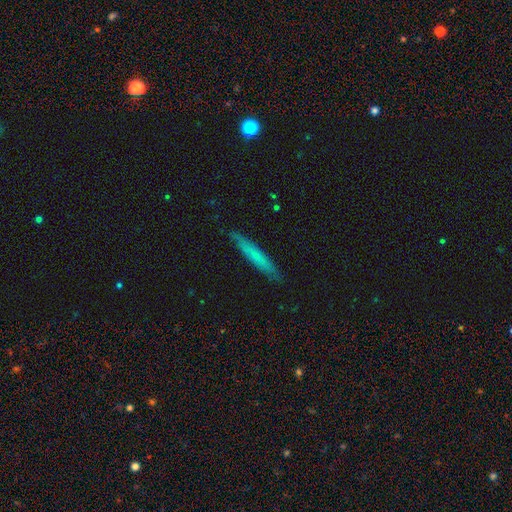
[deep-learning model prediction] This is possibly a smooth galaxy (54%). How rounded: clearly cigar-shaped (94%). Merging: clearly none (87%).